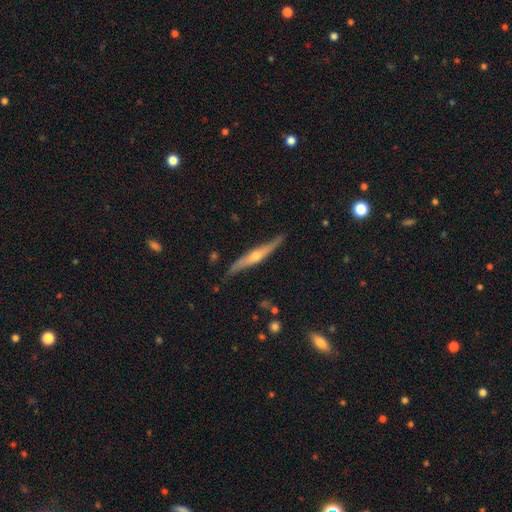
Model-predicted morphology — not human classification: This appears to be a featured or disk galaxy (74%) viewed edge-on (95%) with a rounded central bulge (87%). Merging: none (83%).